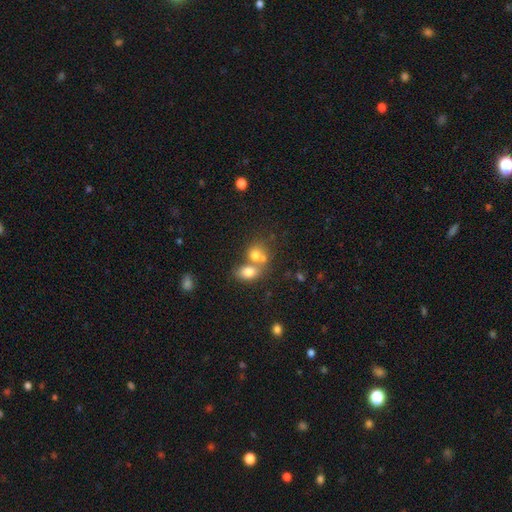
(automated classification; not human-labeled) The model was most divided on "how rounded" (2-way tie): in between: 49%, round: 49%, cigar-shaped: 2%. More confident: smooth or featured — smooth (66%); merging — merger (61%).